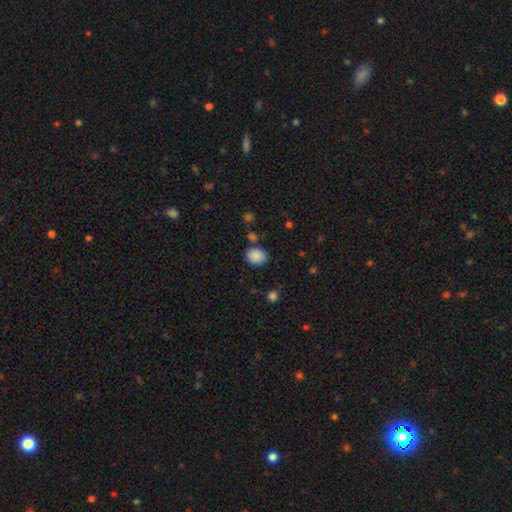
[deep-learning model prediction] Smooth or featured: smooth — 87% (star or artifact — 9%)
How rounded: round — 59% (in between — 40%)
Merging: none — 77% (minor disturbance — 14%)